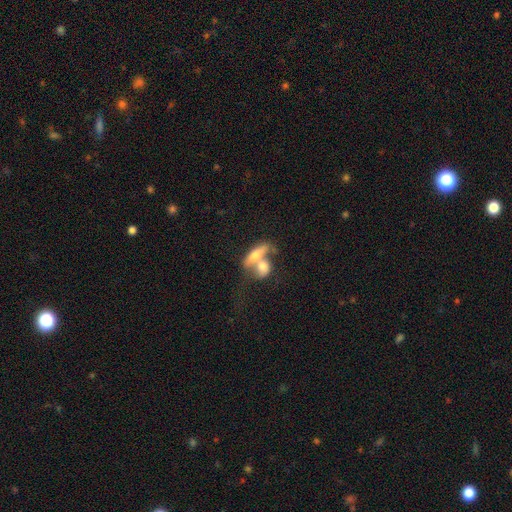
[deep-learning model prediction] Q: Smooth or featured?
A: smooth (56%); runner-up: featured or disk (37%)
Q: How rounded?
A: in between (61%); runner-up: cigar-shaped (26%)
Q: Merging?
A: merger (69%); runner-up: none (18%)